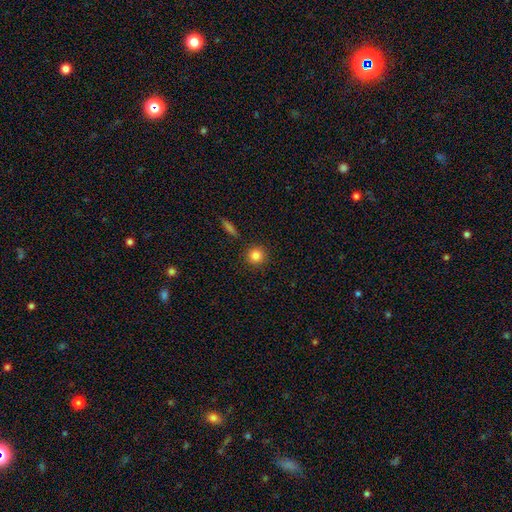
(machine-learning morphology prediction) smooth_or_featured: smooth (p=0.84) [alt: star or artifact p=0.10]
how_rounded: round (p=0.92) [alt: in between p=0.06]
merging: none (p=0.89) [alt: minor disturbance p=0.06]